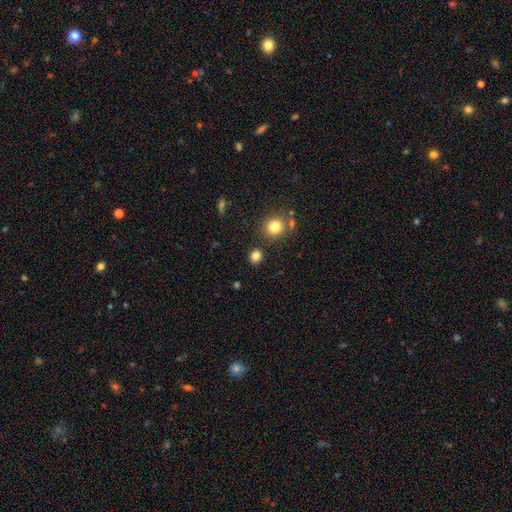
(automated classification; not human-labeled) A smooth galaxy with no disk features (83%) that is round (78%). Merging: none (84%).